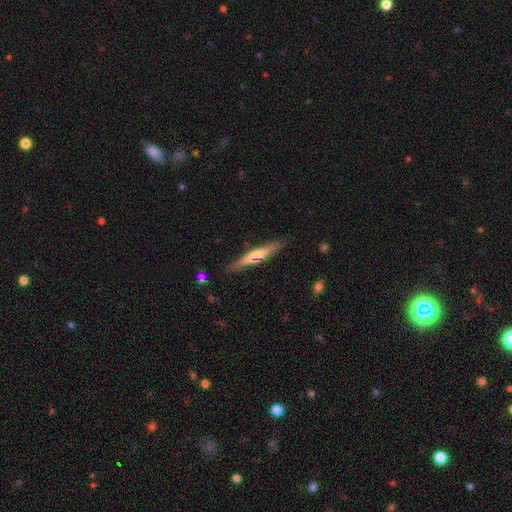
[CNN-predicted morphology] Smooth or featured? Predicted: featured or disk (p=0.48). Merging? Predicted: none (p=0.85).